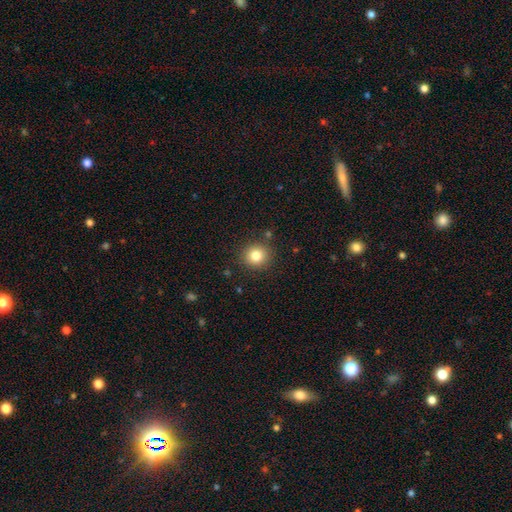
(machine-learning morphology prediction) Smooth or featured: smooth — 81% (star or artifact — 11%)
How rounded: round — 89% (in between — 11%)
Merging: none — 88% (minor disturbance — 8%)